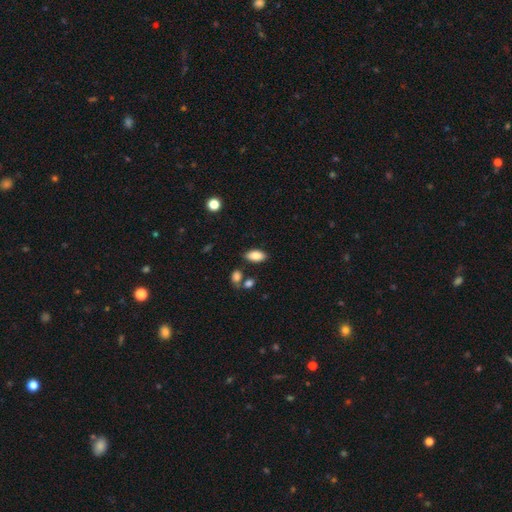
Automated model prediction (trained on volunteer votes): The model was most divided on "merging": none: 81%, minor disturbance: 11%, merger: 5%, major disturbance: 3%. More confident: how rounded — in between (92%); smooth or featured — smooth (84%).